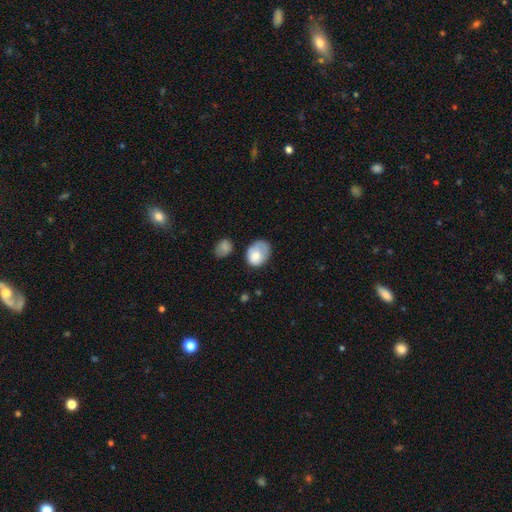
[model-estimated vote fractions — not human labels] smooth-or-featured: smooth: 75% | featured or disk: 18% | star or artifact: 7%
  how-rounded: in between: 70% | round: 29% | cigar-shaped: 1%
  merging: none: 40% | minor disturbance: 35% | major disturbance: 18% | merger: 7%